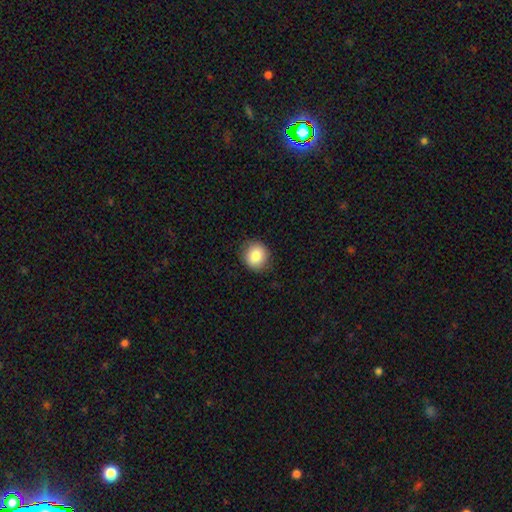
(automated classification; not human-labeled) A smooth galaxy with no disk features (84%) that is round (84%). Merging: none (87%).